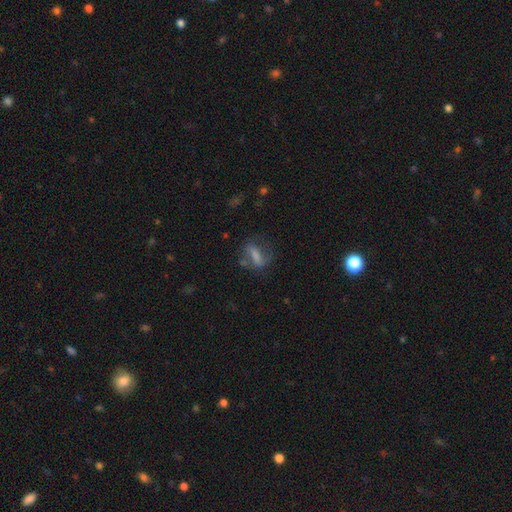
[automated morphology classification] Smooth or featured? Predicted: smooth (p=0.53). How rounded? Predicted: in between (p=0.58). Merging? Predicted: none (p=0.52).